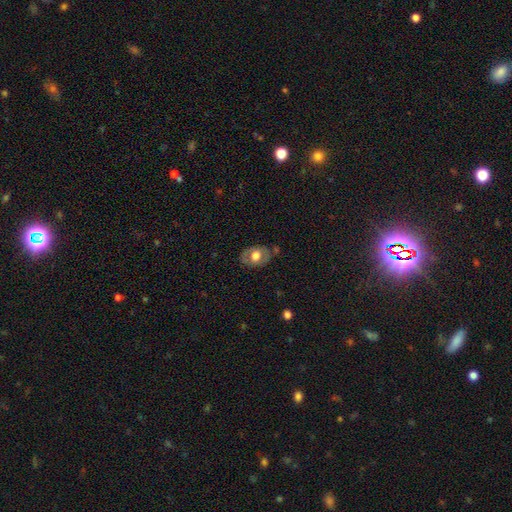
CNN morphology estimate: This is possibly a smooth galaxy (52%). How rounded: likely in between (76%). Merging: likely none (74%).